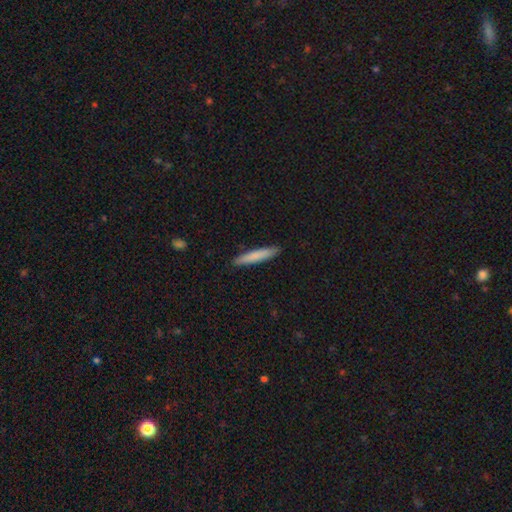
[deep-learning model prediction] smooth 79%, featured or disk 16%, star or artifact 5%. Down the decision tree: how rounded — cigar-shaped (93%); merging — none (91%).